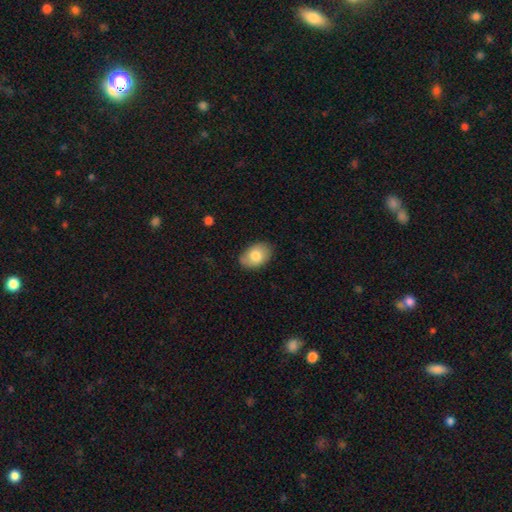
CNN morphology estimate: The model was most divided on "merging": none: 79%, minor disturbance: 17%, major disturbance: 3%, merger: 1%. More confident: how rounded — in between (84%); smooth or featured — smooth (78%).